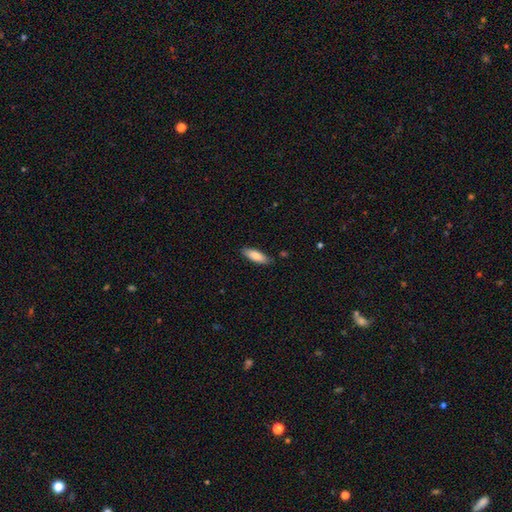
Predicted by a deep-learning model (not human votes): This is clearly a smooth galaxy (84%). How rounded: likely in between (63%). Merging: clearly none (83%).